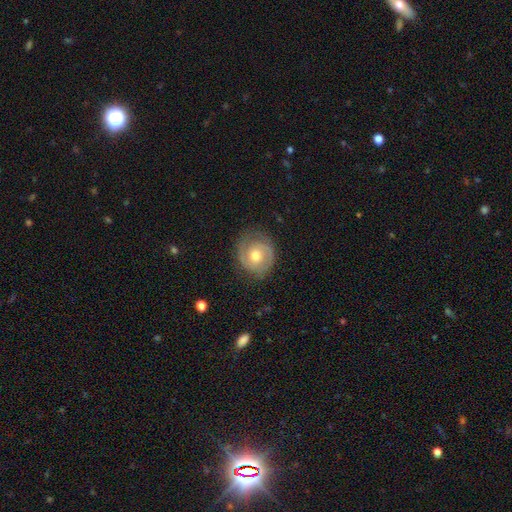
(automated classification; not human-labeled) Smooth or featured: featured or disk — 80% (smooth — 15%)
Edge-on disk: no — 98% (yes — 2%)
Bar: no — 64% (weak — 30%)
Spiral arms: yes — 92% (no — 8%)
Spiral winding: tight — 59% (medium — 33%)
Spiral arm count: 2 — 85% (can't tell — 8%)
Bulge size: moderate — 74% (small — 18%)
Merging: none — 80% (minor disturbance — 14%)